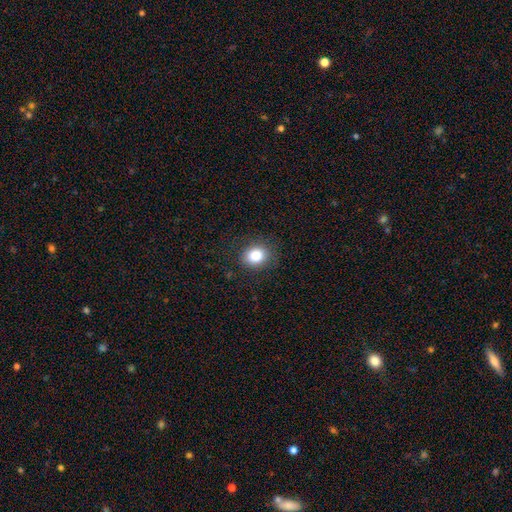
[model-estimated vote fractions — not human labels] This appears to be a smooth galaxy with no disk features (85%) that is round (63%). Merging: none (86%).